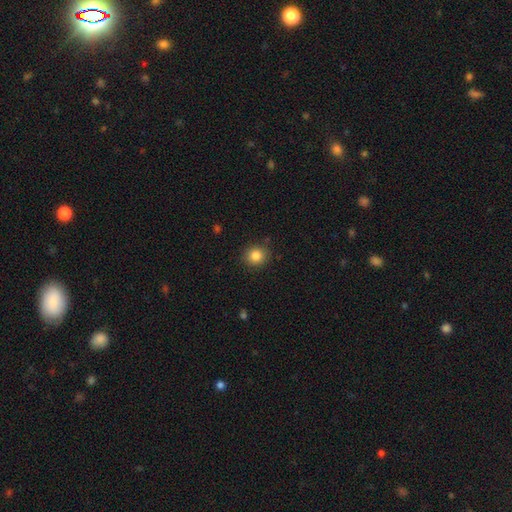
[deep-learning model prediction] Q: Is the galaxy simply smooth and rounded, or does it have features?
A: smooth — 85%.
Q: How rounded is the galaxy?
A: round — 84%.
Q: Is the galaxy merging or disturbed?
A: none — 87%.